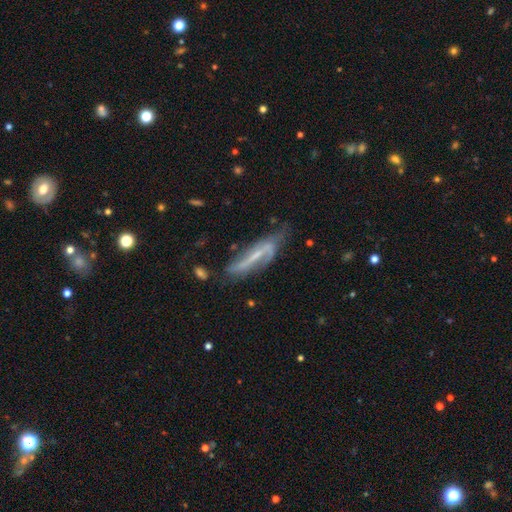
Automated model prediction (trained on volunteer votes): Smooth or featured? featured or disk (70%)
Edge-on disk? no (63%)
Merging? none (53%)